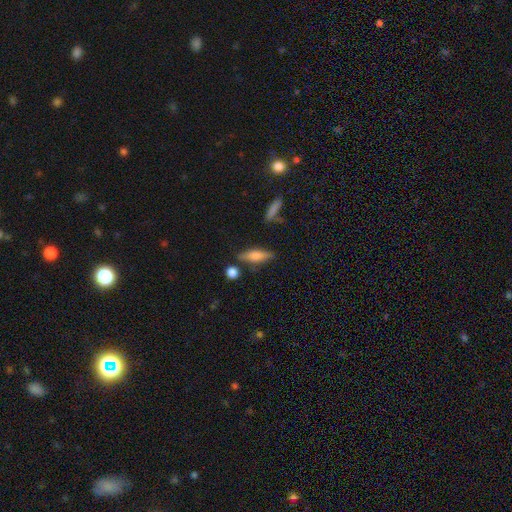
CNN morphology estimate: smooth 63%, featured or disk 29%, star or artifact 8%. Down the decision tree: how rounded — in between (49%); merging — none (73%).